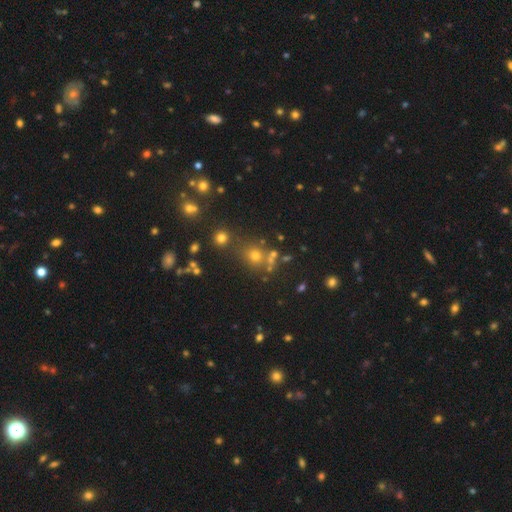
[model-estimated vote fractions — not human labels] This is possibly a smooth galaxy (54%). How rounded: clearly round (83%). Merging: likely none (66%).